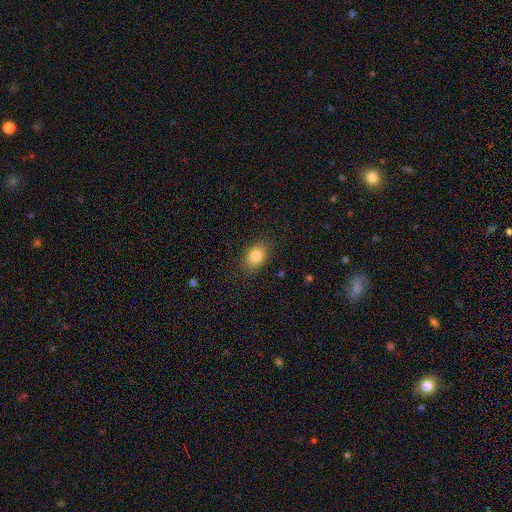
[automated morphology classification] Q: Smooth or featured?
A: smooth (84%); runner-up: star or artifact (9%)
Q: How rounded?
A: in between (75%); runner-up: round (24%)
Q: Merging?
A: none (85%); runner-up: minor disturbance (11%)